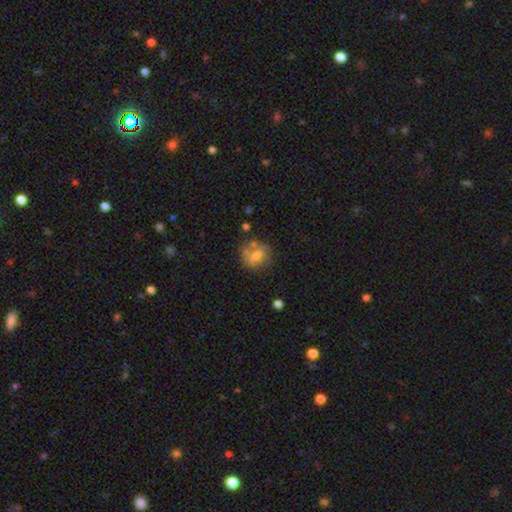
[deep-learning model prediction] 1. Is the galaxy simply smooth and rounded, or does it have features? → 58% smooth, 31% featured or disk, 12% star or artifact.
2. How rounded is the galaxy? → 61% round, 37% in between, 2% cigar-shaped.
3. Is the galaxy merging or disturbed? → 58% none, 19% minor disturbance, 14% merger, 8% major disturbance.